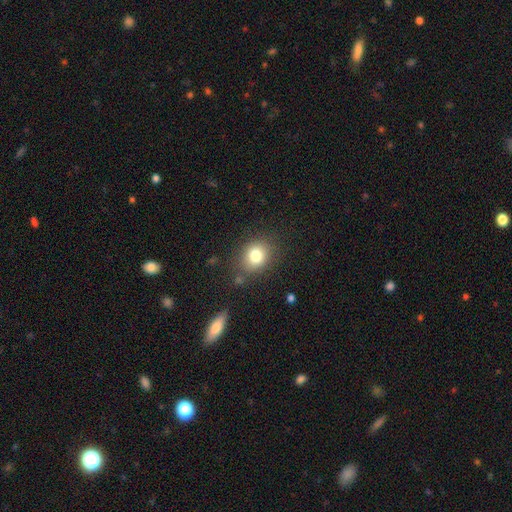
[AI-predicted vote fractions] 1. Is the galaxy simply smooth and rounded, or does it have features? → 80% smooth, 11% star or artifact, 9% featured or disk.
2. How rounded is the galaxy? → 59% round, 40% in between, 1% cigar-shaped.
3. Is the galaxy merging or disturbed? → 78% none, 14% minor disturbance, 5% major disturbance, 4% merger.